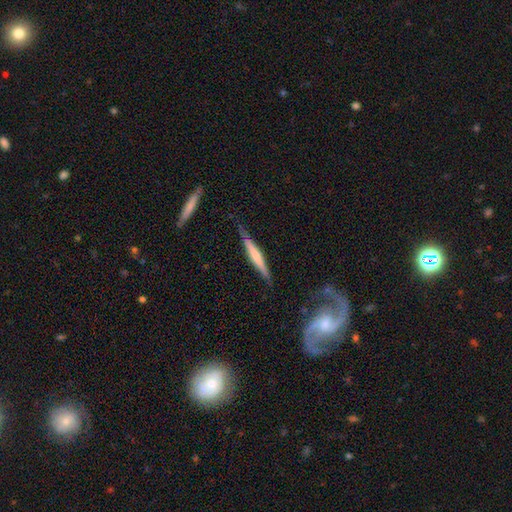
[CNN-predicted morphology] type=featured or disk (51%); edge-on=yes (96%); merging=none (79%).